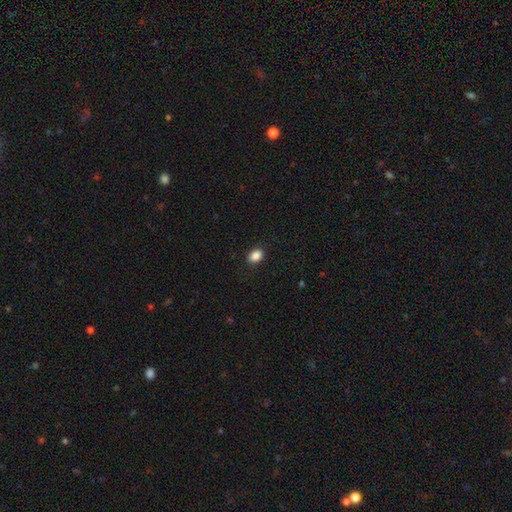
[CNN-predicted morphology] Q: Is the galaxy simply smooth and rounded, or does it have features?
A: smooth — 88%.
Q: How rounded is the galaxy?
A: in between — 77%.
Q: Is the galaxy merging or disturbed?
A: none — 90%.